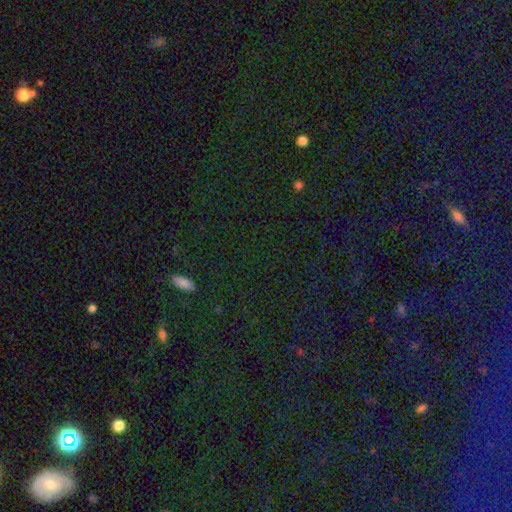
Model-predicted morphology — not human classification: smooth-or-featured: star or artifact: 73% | smooth: 19% | featured or disk: 9%